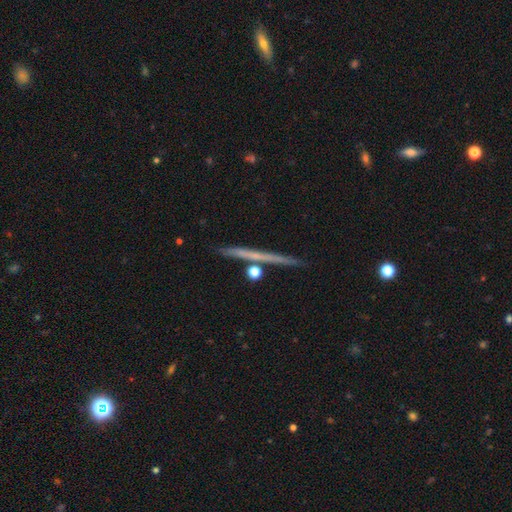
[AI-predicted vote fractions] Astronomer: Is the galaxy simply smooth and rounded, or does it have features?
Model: featured or disk — 57% (runner-up: smooth, 36%).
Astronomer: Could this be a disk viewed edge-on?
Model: yes — 97%.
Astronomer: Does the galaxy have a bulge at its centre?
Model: none — 84%.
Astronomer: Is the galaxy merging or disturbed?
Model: none — 88%.